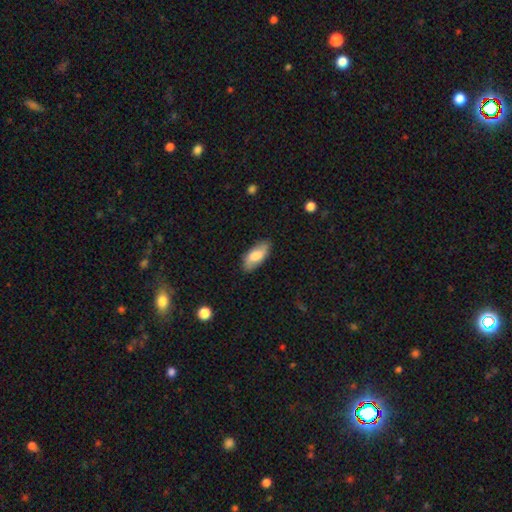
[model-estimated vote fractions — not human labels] A smooth galaxy with no disk features (67%) that is in between round and cigar-shaped (86%). Merging: none (82%).